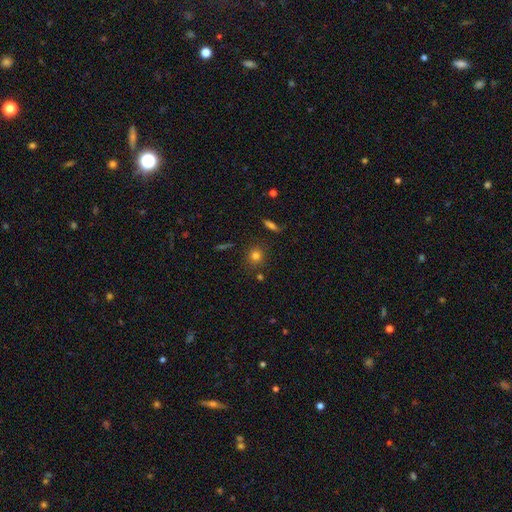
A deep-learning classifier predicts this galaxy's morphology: Smooth or featured? Predicted: smooth (p=0.77). How rounded? Predicted: round (p=0.87). Merging? Predicted: none (p=0.83).